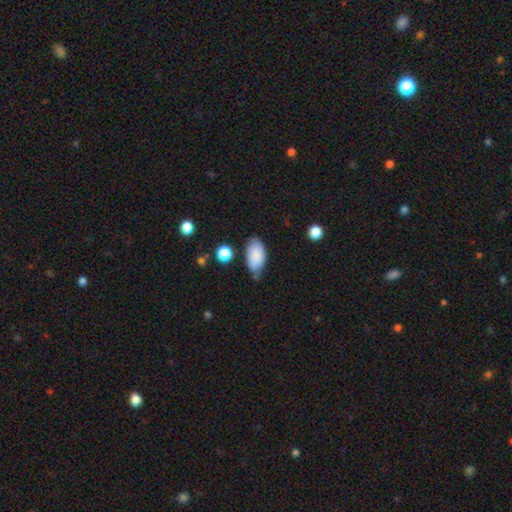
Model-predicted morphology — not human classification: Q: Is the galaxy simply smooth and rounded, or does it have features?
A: smooth — 86%.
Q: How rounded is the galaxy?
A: in between — 94%.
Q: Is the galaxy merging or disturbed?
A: none — 65%.